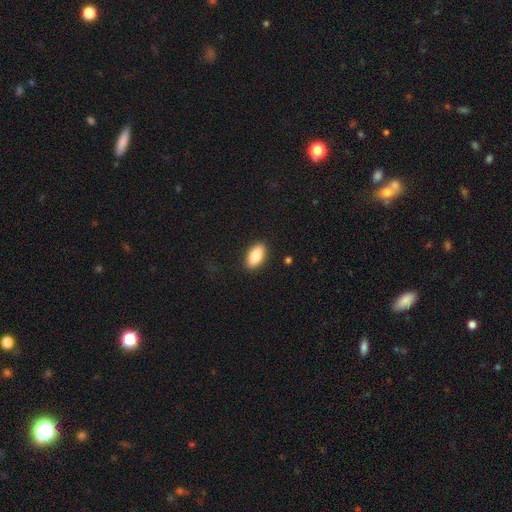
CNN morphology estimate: Smooth or featured? smooth (83%)
How rounded? in between (90%)
Merging? none (89%)